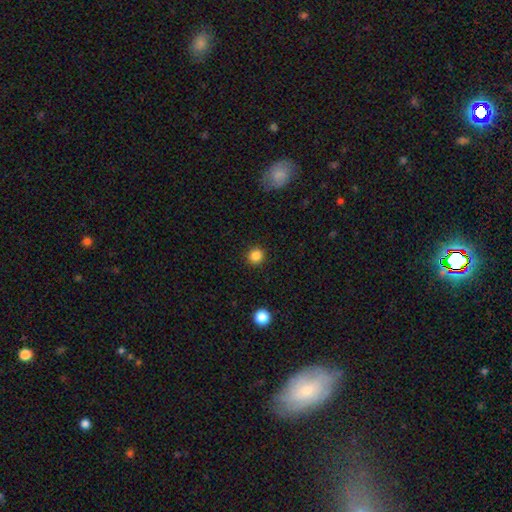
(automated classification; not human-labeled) smooth 84%, star or artifact 12%, featured or disk 3%. Down the decision tree: how rounded — round (93%); merging — none (92%).